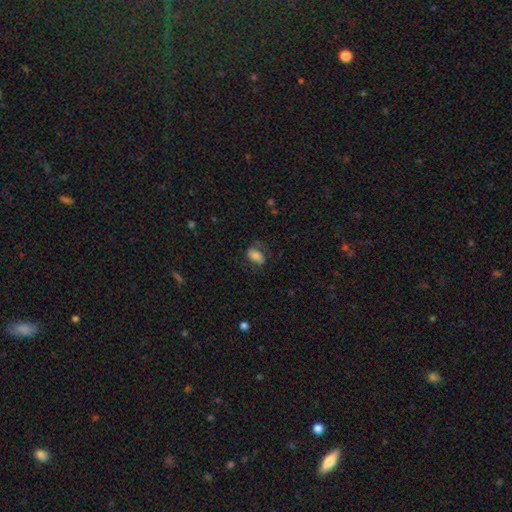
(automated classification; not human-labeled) smooth 71%, featured or disk 21%, star or artifact 9%. Down the decision tree: how rounded — in between (88%); merging — none (64%).